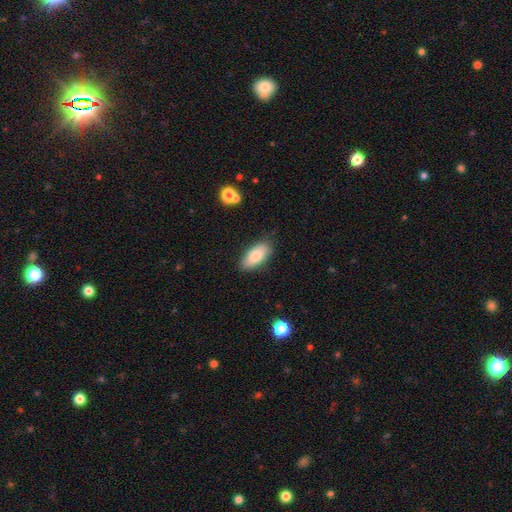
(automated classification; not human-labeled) Smooth or featured: smooth — 84% (featured or disk — 10%)
How rounded: in between — 87% (cigar-shaped — 11%)
Merging: none — 83% (minor disturbance — 13%)